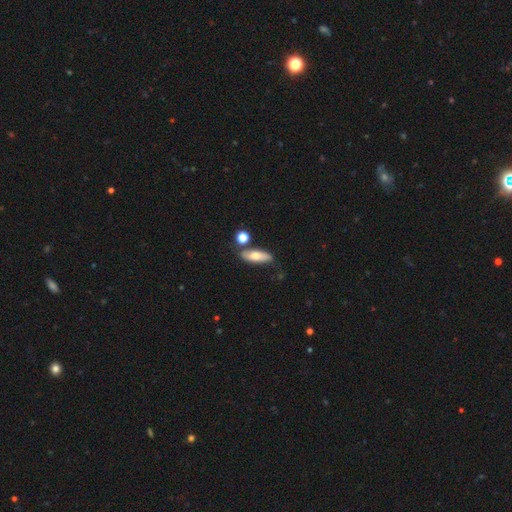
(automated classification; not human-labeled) Smooth or featured? smooth (67%)
How rounded? in between (61%)
Merging? none (68%)